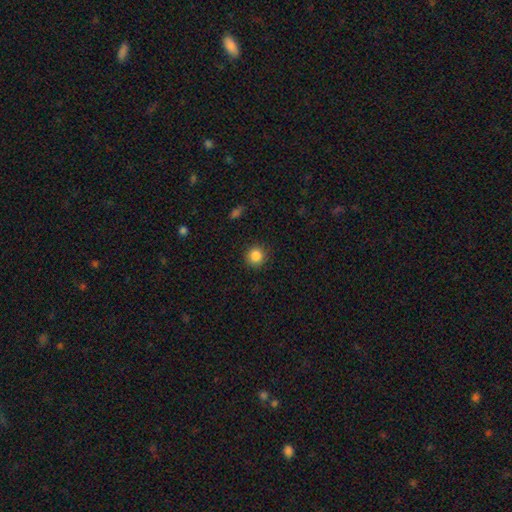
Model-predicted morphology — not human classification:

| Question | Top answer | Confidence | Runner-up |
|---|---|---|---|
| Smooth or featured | smooth | 86% | star or artifact (11%) |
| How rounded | round | 93% | in between (6%) |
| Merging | none | 90% | minor disturbance (7%) |